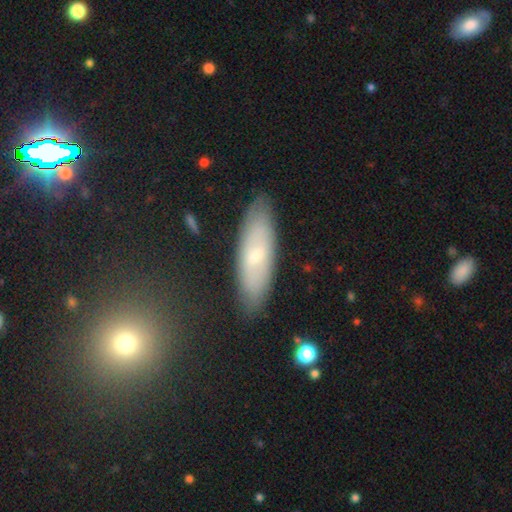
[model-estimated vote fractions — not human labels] A smooth galaxy with no disk features (54%) that is in between round and cigar-shaped (55%).

Vote fractions:
- Smooth or featured? smooth: 54% / featured or disk: 38% / star or artifact: 8%
- How rounded? in between: 55% / cigar-shaped: 43% / round: 2%
- Merging? none: 84% / minor disturbance: 12% / major disturbance: 3% / merger: 2%